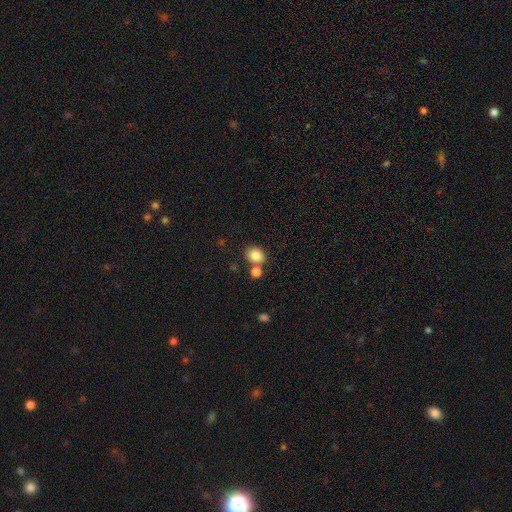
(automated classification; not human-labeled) Smooth or featured? smooth (85%)
How rounded? round (64%)
Merging? none (60%)